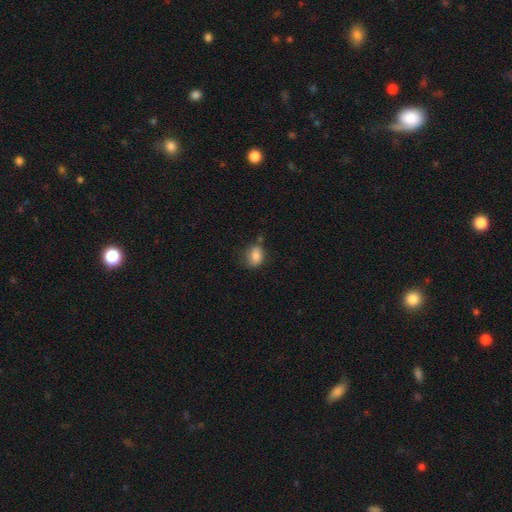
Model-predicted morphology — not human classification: Smooth or featured? Predicted: smooth (p=0.82). How rounded? Predicted: in between (p=0.59). Merging? Predicted: none (p=0.64).